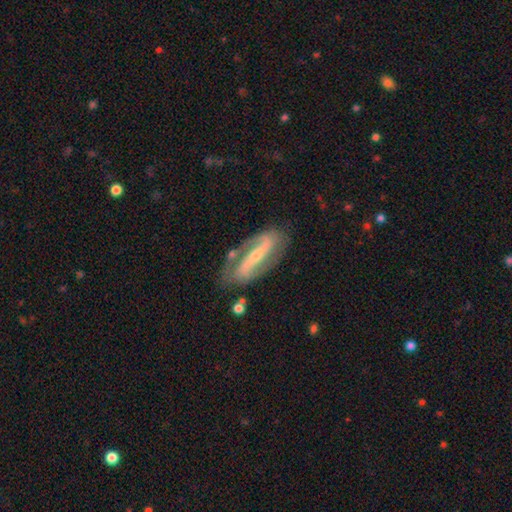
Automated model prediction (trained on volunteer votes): Smooth or featured? featured or disk (86%)
Edge-on disk? no (89%)
Bar? strong (66%)
Spiral arms? yes (92%)
Spiral winding? medium (41%)
Spiral arm count? 2 (90%)
Bulge size? small (62%)
Merging? none (77%)